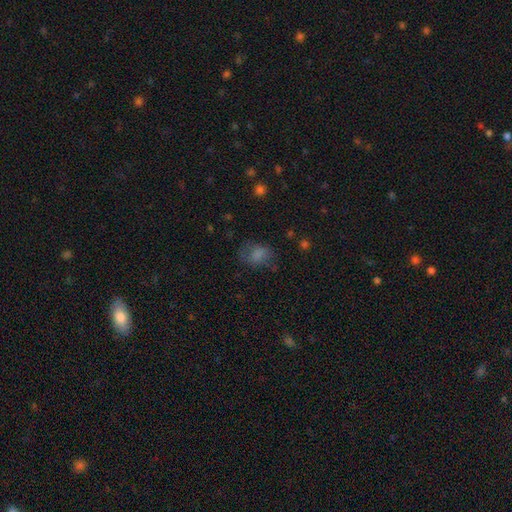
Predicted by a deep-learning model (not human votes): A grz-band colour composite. It shows a smooth galaxy with no disk features (59%) that is in between round and cigar-shaped (59%). Merging: none (64%).